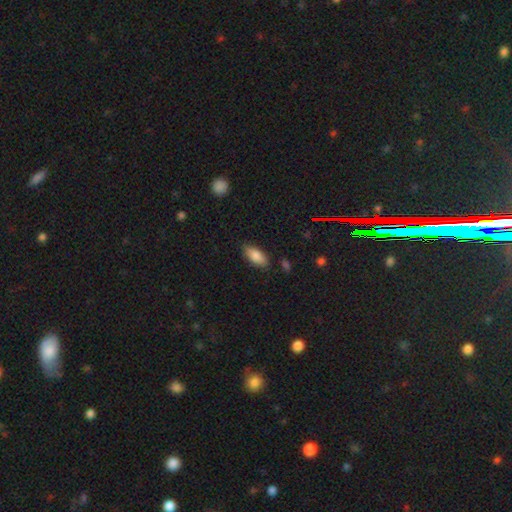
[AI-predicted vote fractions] A smooth galaxy with no disk features (84%) that is in between round and cigar-shaped (86%).

Vote fractions:
- Smooth or featured? smooth: 84% / featured or disk: 9% / star or artifact: 7%
- How rounded? in between: 86% / cigar-shaped: 12% / round: 2%
- Merging? none: 83% / minor disturbance: 13% / major disturbance: 3% / merger: 2%